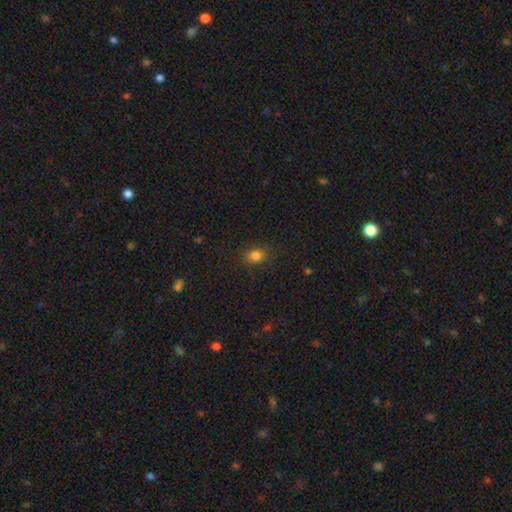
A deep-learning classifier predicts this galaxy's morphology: A smooth galaxy with no disk features (81%) that is round (51%). Merging: none (85%).